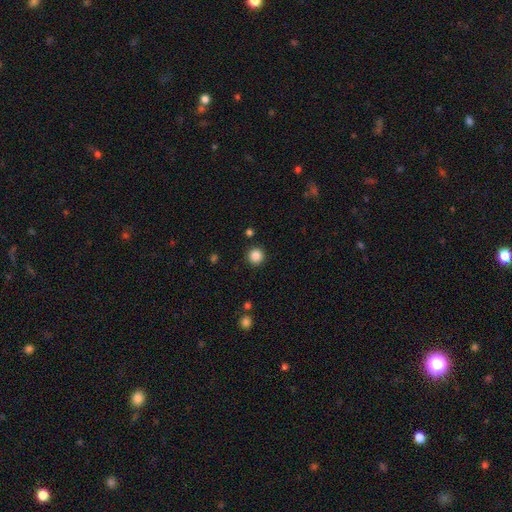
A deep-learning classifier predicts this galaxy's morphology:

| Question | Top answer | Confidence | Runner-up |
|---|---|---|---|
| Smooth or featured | smooth | 86% | star or artifact (11%) |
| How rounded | round | 95% | in between (4%) |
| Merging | none | 91% | minor disturbance (5%) |